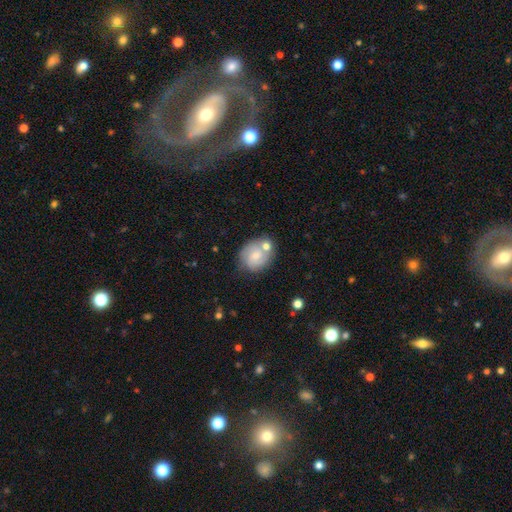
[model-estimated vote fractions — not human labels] smooth-or-featured: featured or disk: 53% | smooth: 40% | star or artifact: 7%
  disk-edge-on: no: 97% | yes: 3%
    bar: no: 62% | weak: 33% | strong: 5%
    has-spiral-arms: yes: 83% | no: 17%
    bulge-size: small: 54% | moderate: 37% | none: 5% | large: 2% | dominant: 1%
  merging: none: 55% | merger: 22% | minor disturbance: 17% | major disturbance: 6%